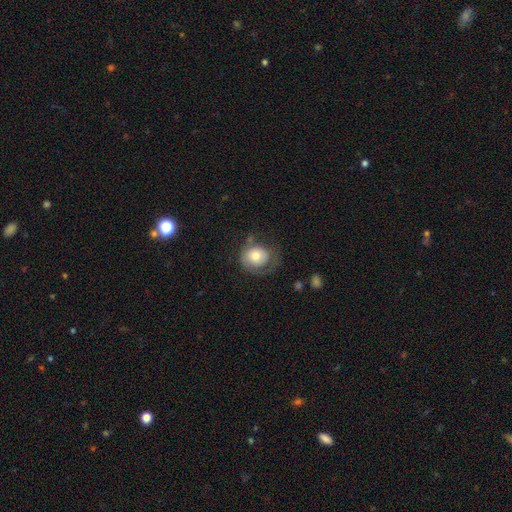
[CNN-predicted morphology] Q: Smooth or featured?
A: smooth (63%); runner-up: featured or disk (29%)
Q: How rounded?
A: round (73%); runner-up: in between (26%)
Q: Merging?
A: none (46%); runner-up: minor disturbance (25%)